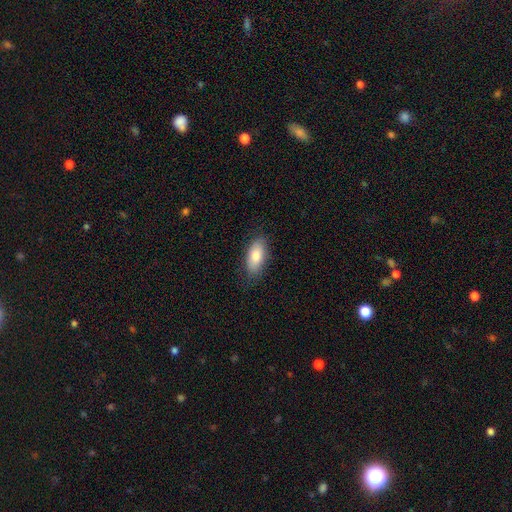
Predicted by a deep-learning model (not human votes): smooth_or_featured: smooth (p=0.81) [alt: featured or disk p=0.12]
how_rounded: in between (p=0.88) [alt: cigar-shaped p=0.10]
merging: none (p=0.83) [alt: minor disturbance p=0.13]